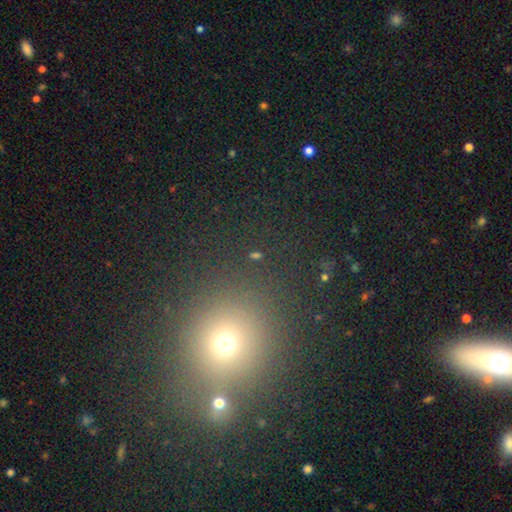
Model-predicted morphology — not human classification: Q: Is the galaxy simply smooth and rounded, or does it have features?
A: smooth — 45%, tied with star or artifact.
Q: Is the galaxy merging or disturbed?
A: none — 82%.